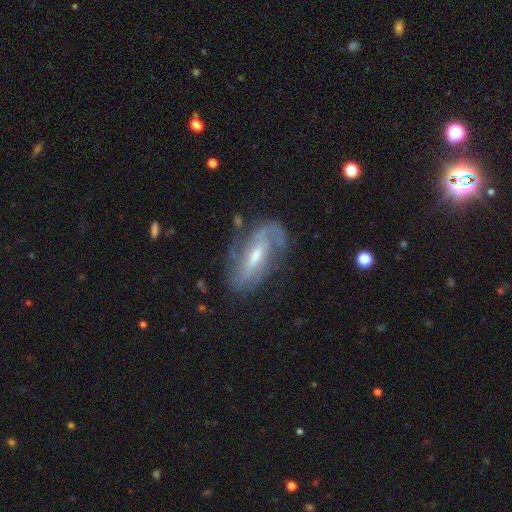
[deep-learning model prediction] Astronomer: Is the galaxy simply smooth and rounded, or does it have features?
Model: featured or disk — 81%.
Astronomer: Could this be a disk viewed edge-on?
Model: no — 91%.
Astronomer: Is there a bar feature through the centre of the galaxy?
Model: weak — 46% (runner-up: strong, 34%).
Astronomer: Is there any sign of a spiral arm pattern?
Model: yes — 92%.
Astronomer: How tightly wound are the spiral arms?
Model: medium — 45% (runner-up: tight, 35%).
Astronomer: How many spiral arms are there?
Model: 2 — 66%.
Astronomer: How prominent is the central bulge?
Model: moderate — 53% (runner-up: small, 33%).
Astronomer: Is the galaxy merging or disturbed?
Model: none — 68%.